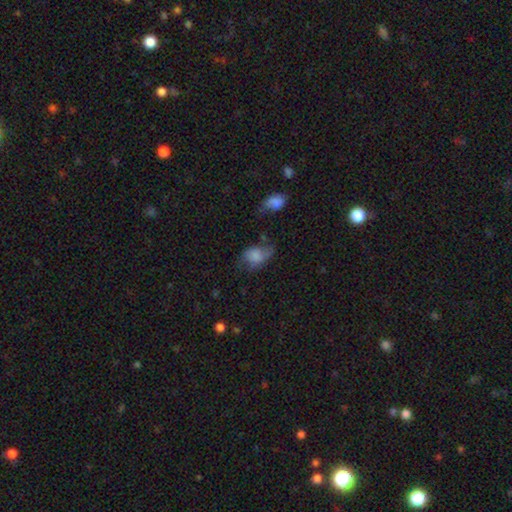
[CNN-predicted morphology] Q: Smooth or featured?
A: smooth (69%); runner-up: featured or disk (20%)
Q: How rounded?
A: in between (77%); runner-up: round (21%)
Q: Merging?
A: none (34%); runner-up: minor disturbance (31%)